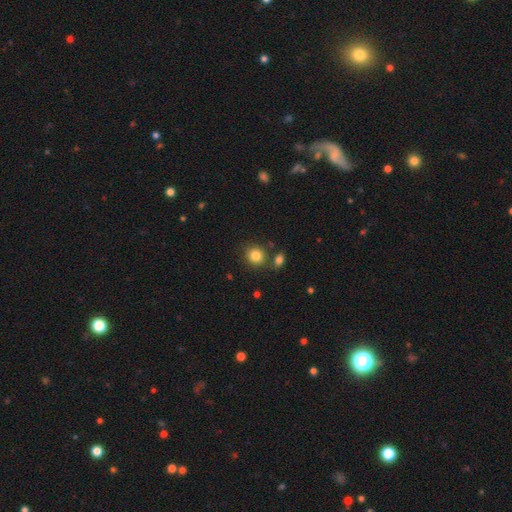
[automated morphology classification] A smooth galaxy with no disk features (83%) that is round (84%).

Vote fractions:
- Smooth or featured? smooth: 83% / star or artifact: 10% / featured or disk: 6%
- How rounded? round: 84% / in between: 15% / cigar-shaped: 1%
- Merging? none: 75% / merger: 12% / minor disturbance: 10% / major disturbance: 3%